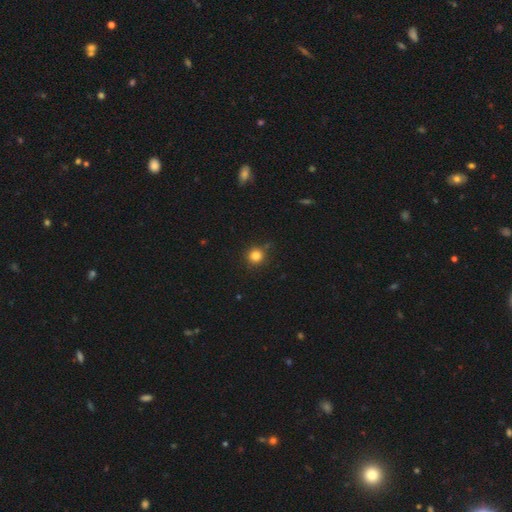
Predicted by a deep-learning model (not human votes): This appears to be a smooth galaxy with no disk features (82%) that is round (94%). Merging: none (85%).